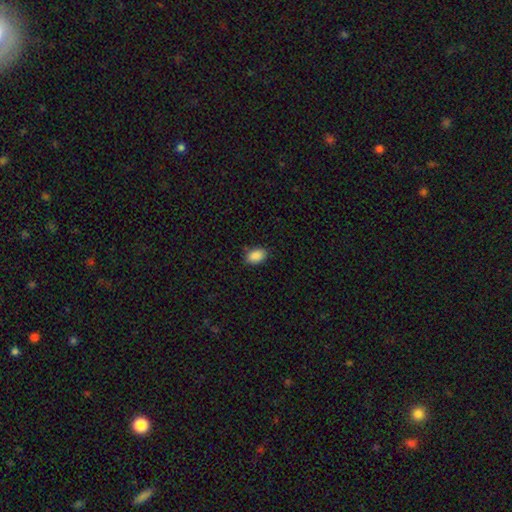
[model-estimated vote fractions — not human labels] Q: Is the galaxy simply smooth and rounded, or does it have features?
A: smooth — 90%.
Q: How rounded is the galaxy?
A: in between — 86%.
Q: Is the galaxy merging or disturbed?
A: none — 85%.